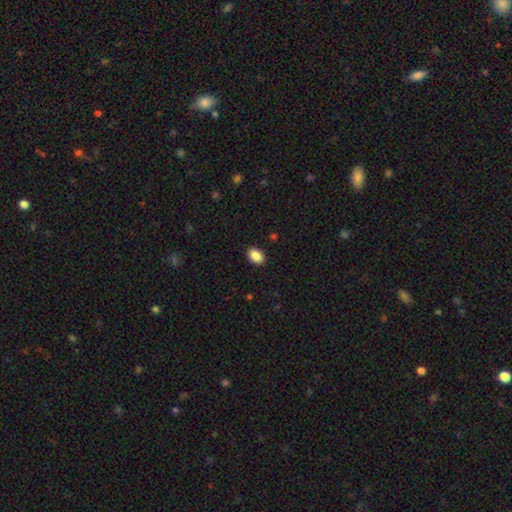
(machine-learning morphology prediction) Smooth or featured?
  - smooth: 89% *
  - star or artifact: 8%
  - featured or disk: 3%
How rounded?
  - in between: 83% *
  - round: 16%
  - cigar-shaped: 1%
Merging?
  - none: 90% *
  - minor disturbance: 7%
  - major disturbance: 2%
  - merger: 1%